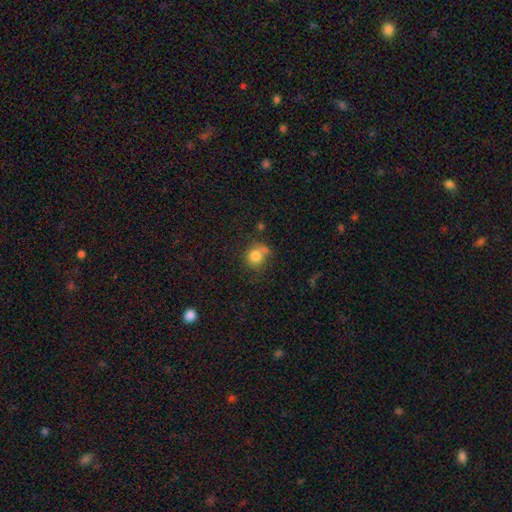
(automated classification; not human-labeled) A smooth galaxy with no disk features (81%) that is round (84%).

Vote fractions:
- Smooth or featured? smooth: 81% / star or artifact: 10% / featured or disk: 8%
- How rounded? round: 84% / in between: 15% / cigar-shaped: 1%
- Merging? none: 58% / minor disturbance: 18% / merger: 16% / major disturbance: 8%